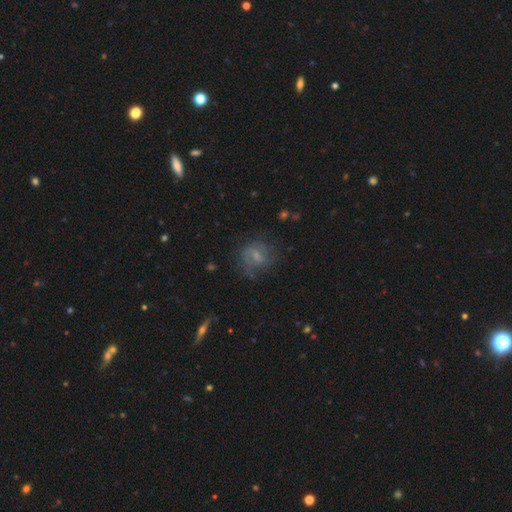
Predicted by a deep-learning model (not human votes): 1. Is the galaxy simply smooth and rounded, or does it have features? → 46% smooth, 41% featured or disk, 13% star or artifact.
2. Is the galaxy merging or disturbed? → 58% none, 23% minor disturbance, 16% major disturbance, 2% merger.